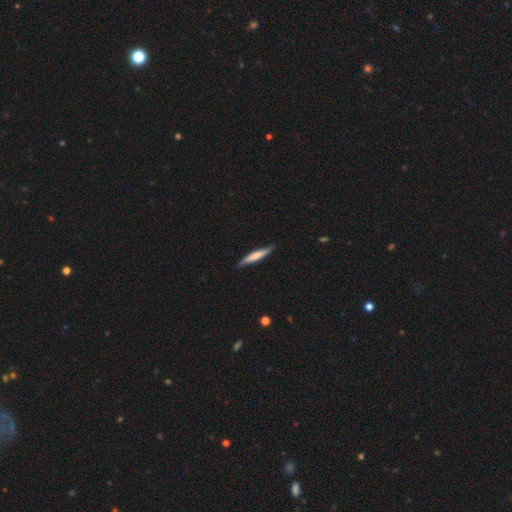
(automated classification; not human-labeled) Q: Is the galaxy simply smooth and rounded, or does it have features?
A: smooth — 64%.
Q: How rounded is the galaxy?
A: cigar-shaped — 93%.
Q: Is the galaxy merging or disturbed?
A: none — 84%.